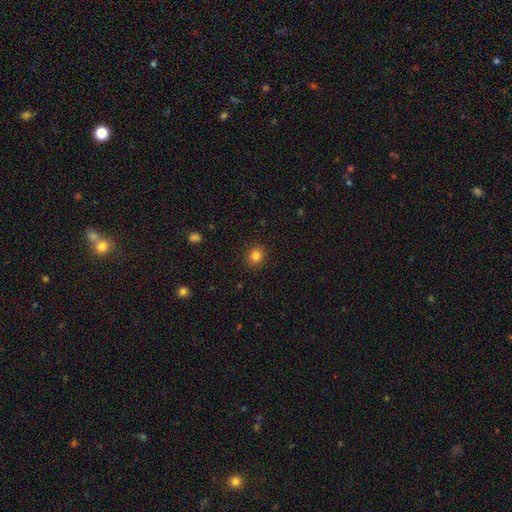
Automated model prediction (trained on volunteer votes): smooth 83%, star or artifact 12%, featured or disk 5%. Down the decision tree: how rounded — round (77%); merging — none (90%).